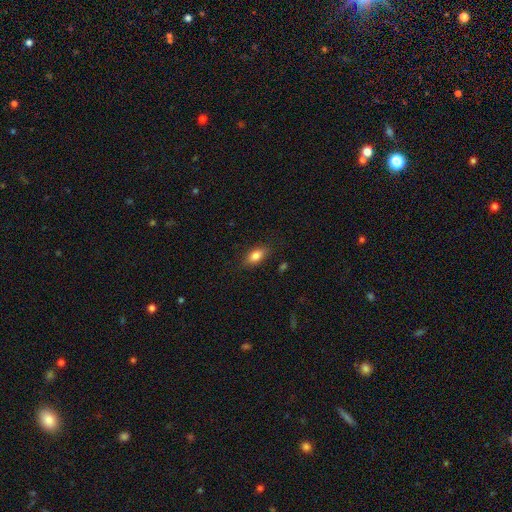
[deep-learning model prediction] A smooth galaxy with no disk features (82%) that is in between round and cigar-shaped (86%).

Vote fractions:
- Smooth or featured? smooth: 82% / featured or disk: 10% / star or artifact: 8%
- How rounded? in between: 86% / cigar-shaped: 8% / round: 6%
- Merging? none: 84% / minor disturbance: 12% / major disturbance: 3% / merger: 1%